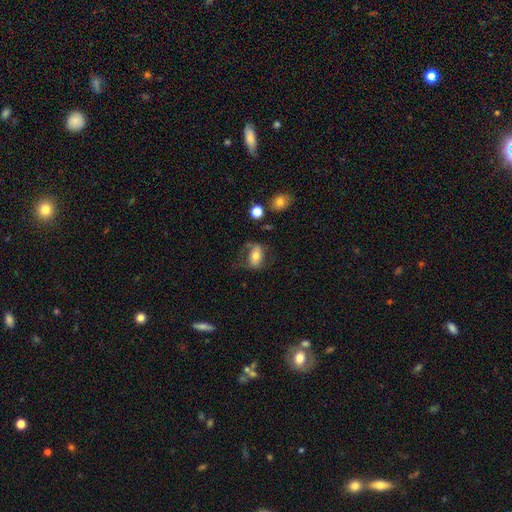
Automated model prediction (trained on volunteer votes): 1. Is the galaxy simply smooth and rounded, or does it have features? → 54% smooth, 38% featured or disk, 9% star or artifact.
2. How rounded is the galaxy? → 80% in between, 17% round, 3% cigar-shaped.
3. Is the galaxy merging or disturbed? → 51% none, 23% minor disturbance, 23% major disturbance, 3% merger.